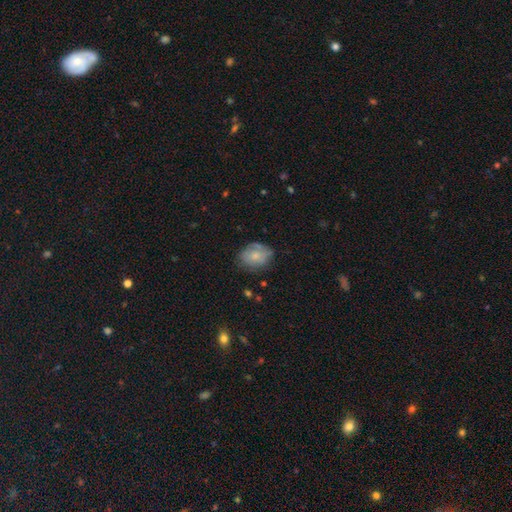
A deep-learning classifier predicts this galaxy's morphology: This appears to be a smooth galaxy with no disk features (65%) that is in between round and cigar-shaped (65%). Merging: none (61%).